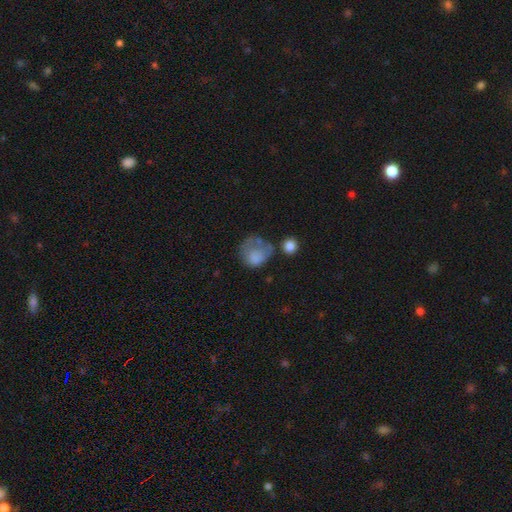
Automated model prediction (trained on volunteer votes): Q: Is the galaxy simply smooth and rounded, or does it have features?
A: smooth — 71%.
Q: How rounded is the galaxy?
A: round — 64%.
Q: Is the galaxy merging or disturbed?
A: major disturbance — 37%.